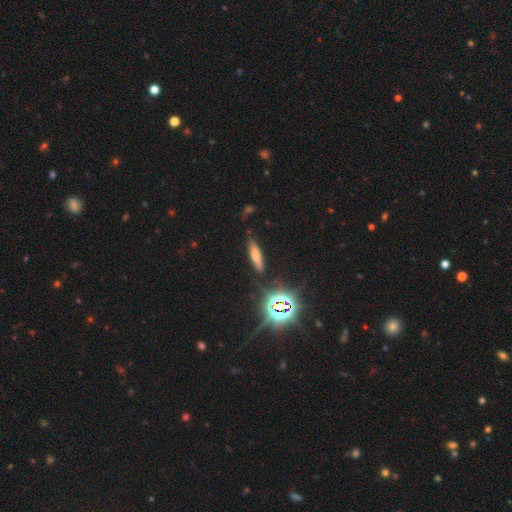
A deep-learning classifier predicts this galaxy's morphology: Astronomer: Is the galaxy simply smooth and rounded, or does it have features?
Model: smooth — 59%.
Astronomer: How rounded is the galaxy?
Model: cigar-shaped — 72%.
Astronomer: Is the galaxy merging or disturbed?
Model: none — 81%.